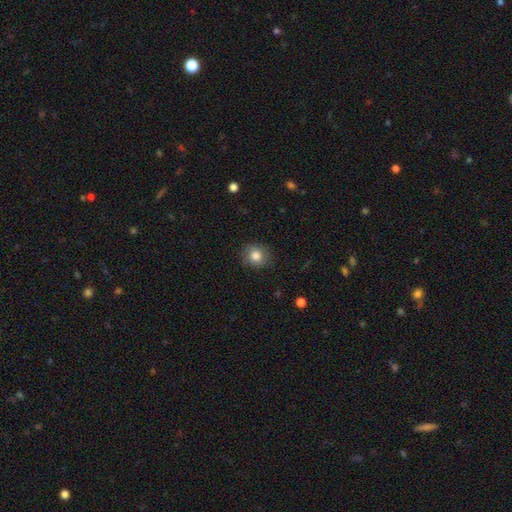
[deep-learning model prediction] This appears to be a smooth galaxy with no disk features (83%) that is round (79%). Merging: none (81%).